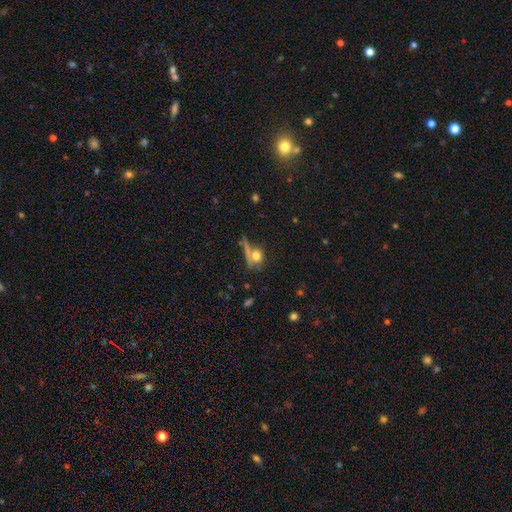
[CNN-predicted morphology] This is likely a smooth galaxy (65%). How rounded: likely round (61%). Merging: possibly none (51%).